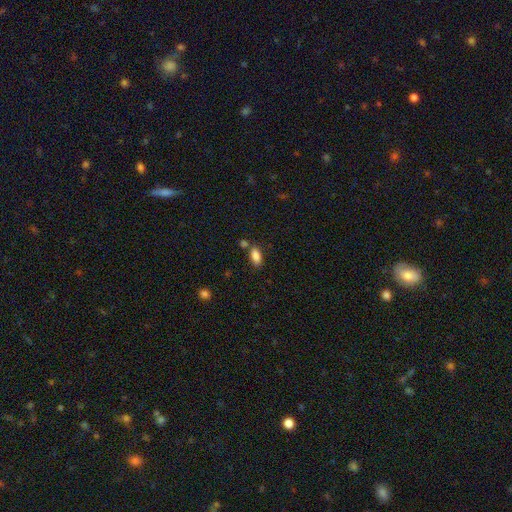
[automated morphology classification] Smooth or featured: smooth — 86% (star or artifact — 8%)
How rounded: in between — 89% (cigar-shaped — 8%)
Merging: none — 71% (merger — 14%)